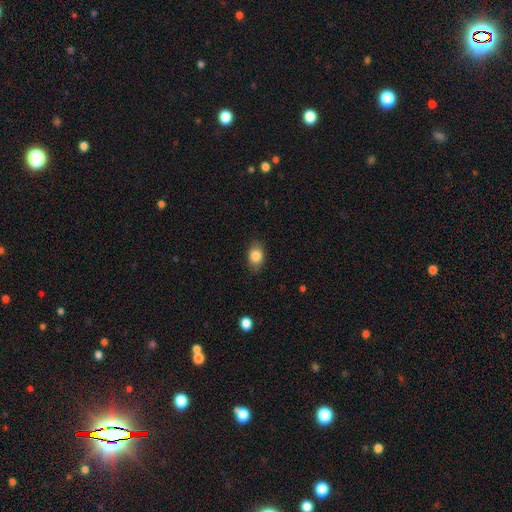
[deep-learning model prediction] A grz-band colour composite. It shows a smooth galaxy with no disk features (85%) that is in between round and cigar-shaped (74%). Merging: none (82%).